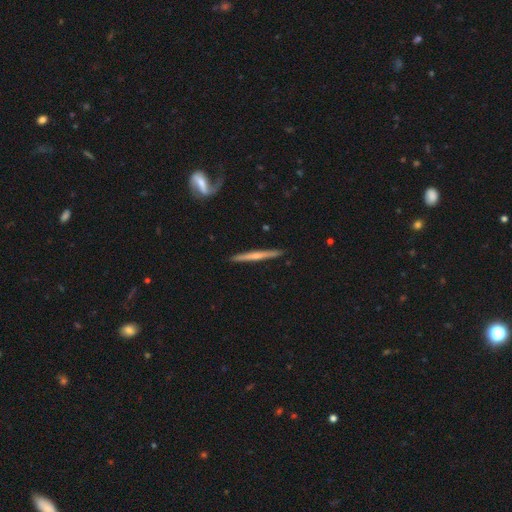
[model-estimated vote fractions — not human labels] A featured or disk galaxy (60%) viewed edge-on (97%) with no central bulge (51%).

Vote fractions:
- Smooth or featured? featured or disk: 60% / smooth: 35% / star or artifact: 5%
- Edge-on disk? yes: 97% / no: 3%
- Edge-on bulge? none: 51% / rounded: 42% / boxy: 7%
- Merging? none: 91% / minor disturbance: 6% / major disturbance: 1% / merger: 1%